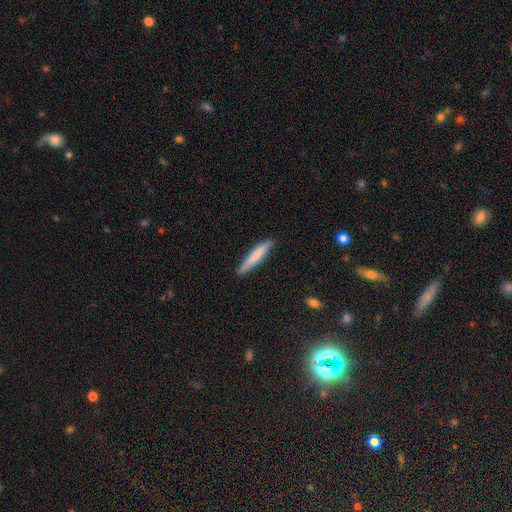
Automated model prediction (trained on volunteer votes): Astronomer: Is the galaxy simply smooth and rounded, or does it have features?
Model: smooth — 78%.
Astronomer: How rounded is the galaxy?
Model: cigar-shaped — 92%.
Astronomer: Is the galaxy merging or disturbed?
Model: none — 87%.